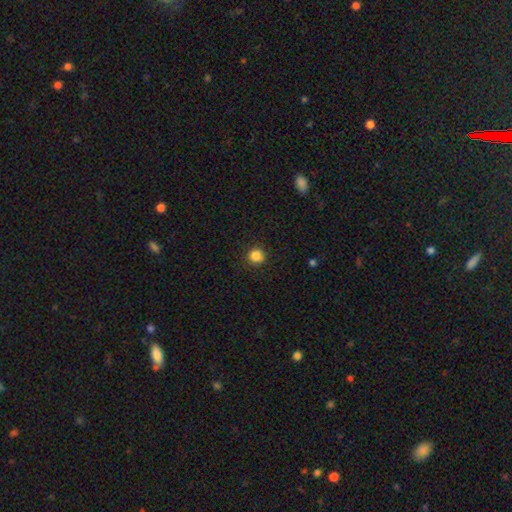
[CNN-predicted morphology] This appears to be a smooth galaxy with no disk features (85%) that is round (91%). Merging: none (88%).